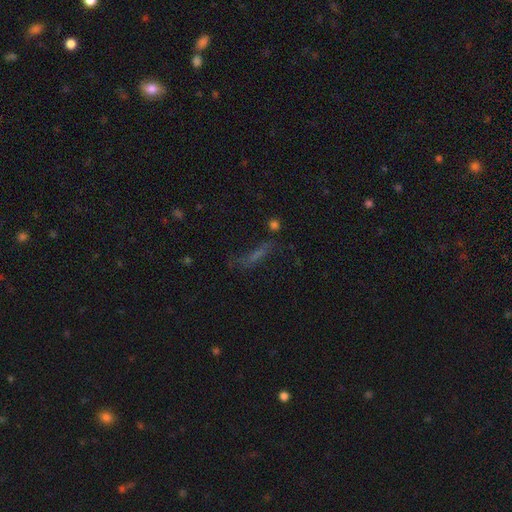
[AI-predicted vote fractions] Smooth or featured? smooth (44%)
Merging? none (52%)